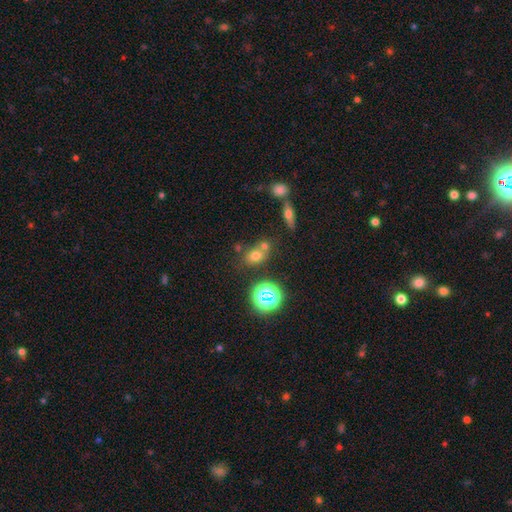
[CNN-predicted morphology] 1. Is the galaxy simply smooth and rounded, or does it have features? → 66% smooth, 22% star or artifact, 12% featured or disk.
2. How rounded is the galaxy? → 51% in between, 47% round, 2% cigar-shaped.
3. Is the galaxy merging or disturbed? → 52% none, 32% merger, 12% minor disturbance, 5% major disturbance.